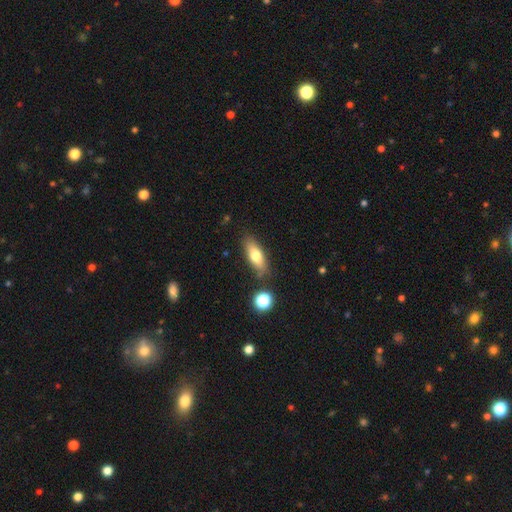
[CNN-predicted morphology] smooth-or-featured: smooth: 68% | featured or disk: 24% | star or artifact: 8%
  how-rounded: in between: 65% | cigar-shaped: 30% | round: 4%
  merging: none: 79% | minor disturbance: 13% | merger: 5% | major disturbance: 3%